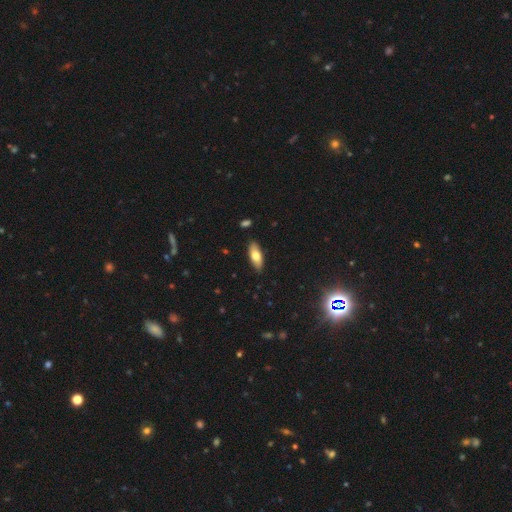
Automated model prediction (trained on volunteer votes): This appears to be a smooth galaxy with no disk features (72%) that is in between round and cigar-shaped (75%). Merging: none (86%).